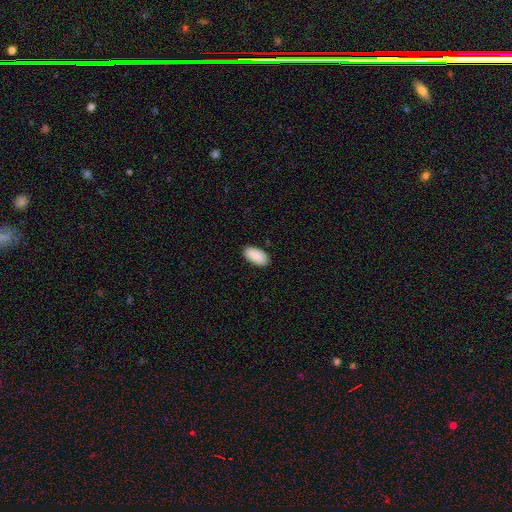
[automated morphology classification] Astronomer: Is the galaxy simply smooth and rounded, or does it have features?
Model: smooth — 91%.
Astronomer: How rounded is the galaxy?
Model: in between — 95%.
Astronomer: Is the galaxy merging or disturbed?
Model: none — 88%.